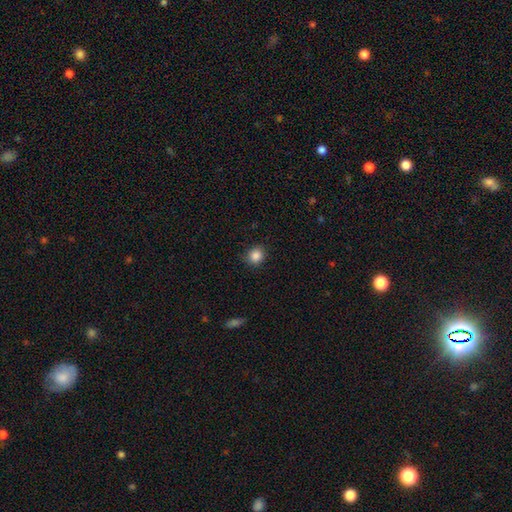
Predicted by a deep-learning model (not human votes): Smooth or featured? smooth (86%)
How rounded? round (82%)
Merging? none (87%)